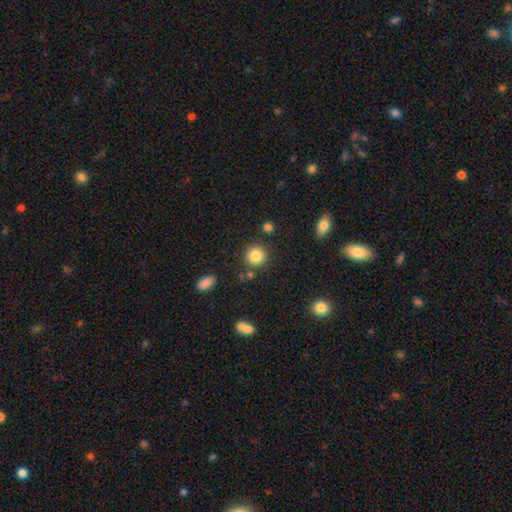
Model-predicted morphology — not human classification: This appears to be a smooth galaxy with no disk features (84%) that is round (91%). Merging: none (84%).